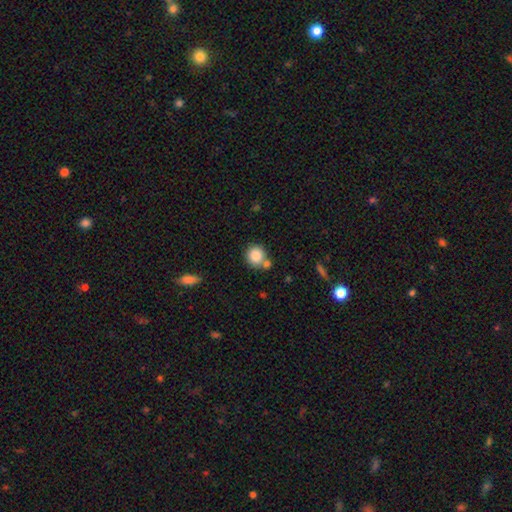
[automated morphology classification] smooth 85%, star or artifact 9%, featured or disk 6%. Down the decision tree: how rounded — round (88%); merging — none (64%).